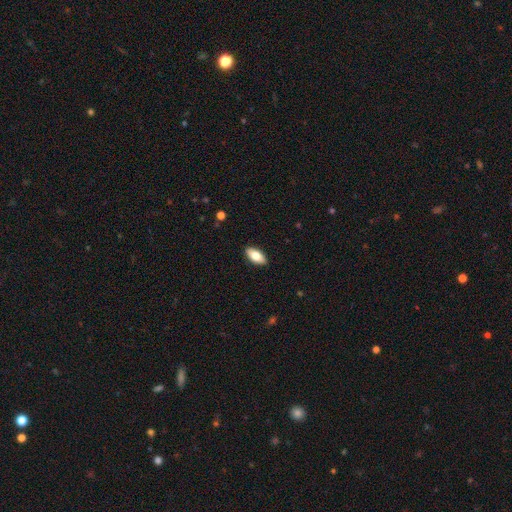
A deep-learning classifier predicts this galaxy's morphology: Q: Smooth or featured?
A: smooth (77%); runner-up: featured or disk (17%)
Q: How rounded?
A: in between (91%); runner-up: cigar-shaped (6%)
Q: Merging?
A: none (90%); runner-up: minor disturbance (8%)